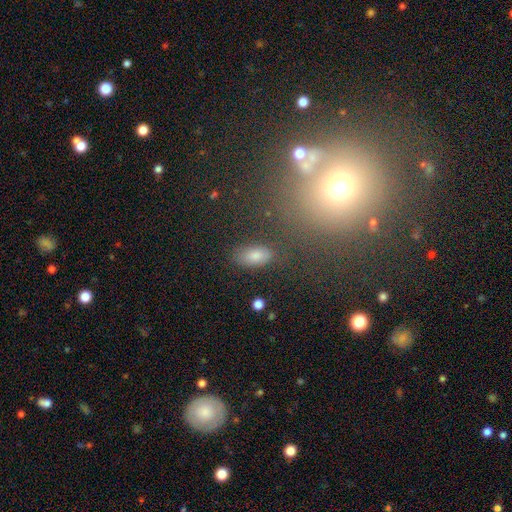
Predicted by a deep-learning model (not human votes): smooth_or_featured: smooth (p=0.82) [alt: star or artifact p=0.10]
how_rounded: in between (p=0.90) [alt: cigar-shaped p=0.05]
merging: none (p=0.81) [alt: minor disturbance p=0.12]